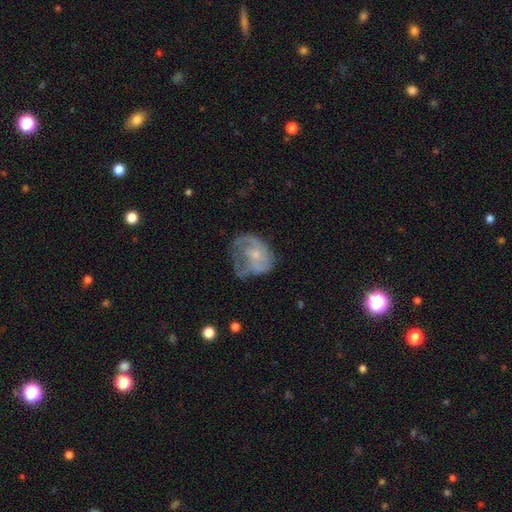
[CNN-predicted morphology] This appears to be a featured or disk galaxy (66%) with no bar (72%), spiral arms (70%) and a small central bulge (63%). Merging: none (36%).